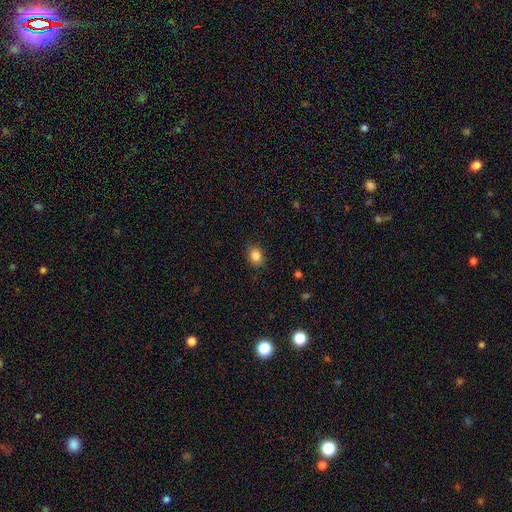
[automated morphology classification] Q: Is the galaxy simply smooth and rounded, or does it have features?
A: smooth — 85%.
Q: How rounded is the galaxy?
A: in between — 58%.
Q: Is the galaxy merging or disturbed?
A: none — 87%.